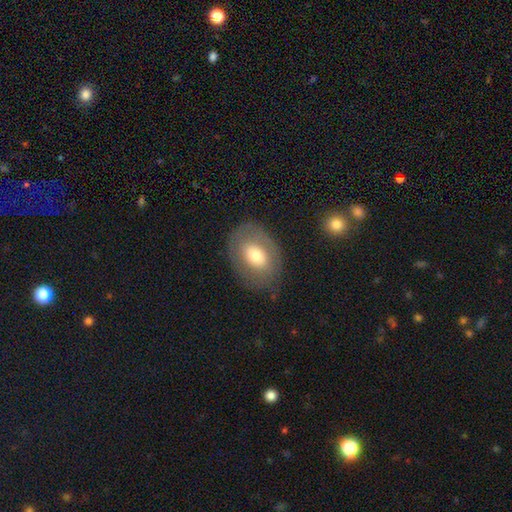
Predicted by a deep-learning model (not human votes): A smooth galaxy with no disk features (56%) that is in between round and cigar-shaped (77%).

Vote fractions:
- Smooth or featured? smooth: 56% / featured or disk: 36% / star or artifact: 8%
- How rounded? in between: 77% / round: 22% / cigar-shaped: 1%
- Merging? none: 75% / minor disturbance: 16% / major disturbance: 7% / merger: 2%